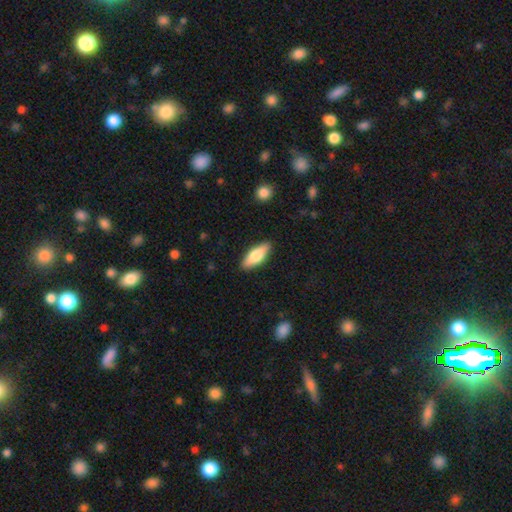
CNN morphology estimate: A smooth galaxy with no disk features (70%) that is in between round and cigar-shaped (67%).

Vote fractions:
- Smooth or featured? smooth: 70% / featured or disk: 25% / star or artifact: 6%
- How rounded? in between: 67% / cigar-shaped: 31% / round: 2%
- Merging? none: 89% / minor disturbance: 8% / major disturbance: 2% / merger: 1%